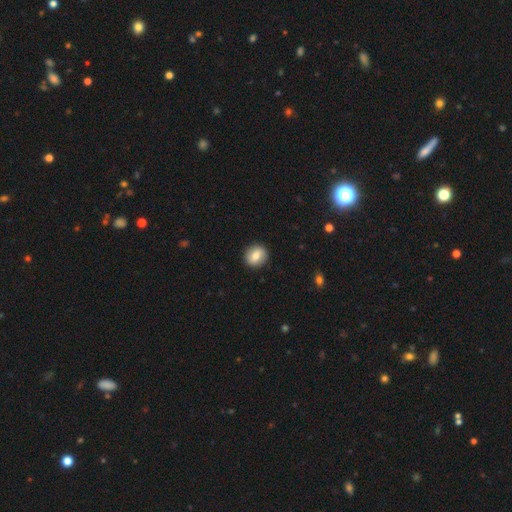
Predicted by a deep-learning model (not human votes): smooth 77%, featured or disk 15%, star or artifact 8%. Down the decision tree: how rounded — round (77%); merging — none (90%).